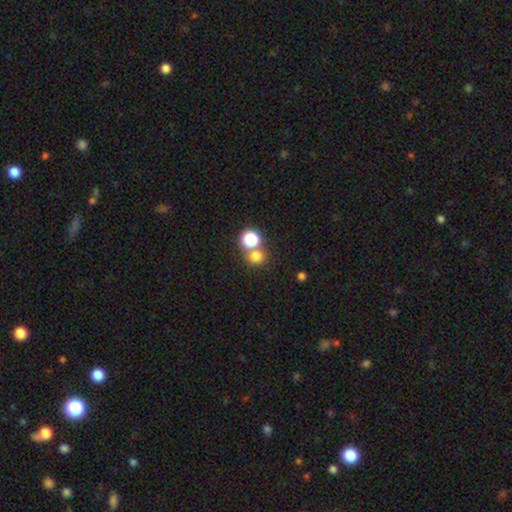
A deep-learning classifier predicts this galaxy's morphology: smooth_or_featured: smooth (p=0.74) [alt: star or artifact p=0.19]
how_rounded: round (p=0.82) [alt: in between p=0.17]
merging: none (p=0.58) [alt: merger p=0.33]